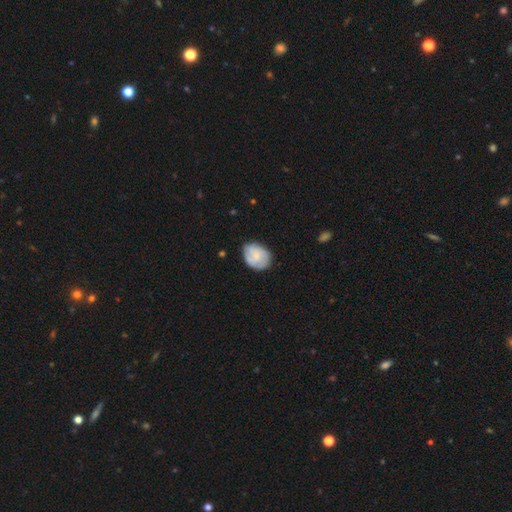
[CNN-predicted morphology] Smooth or featured: smooth — 59% (featured or disk — 34%)
How rounded: in between — 55% (round — 44%)
Merging: none — 72% (minor disturbance — 22%)